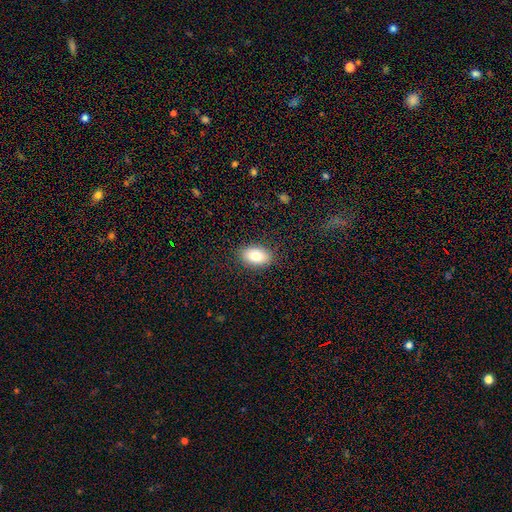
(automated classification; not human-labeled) Smooth or featured? smooth (82%)
How rounded? in between (90%)
Merging? none (87%)